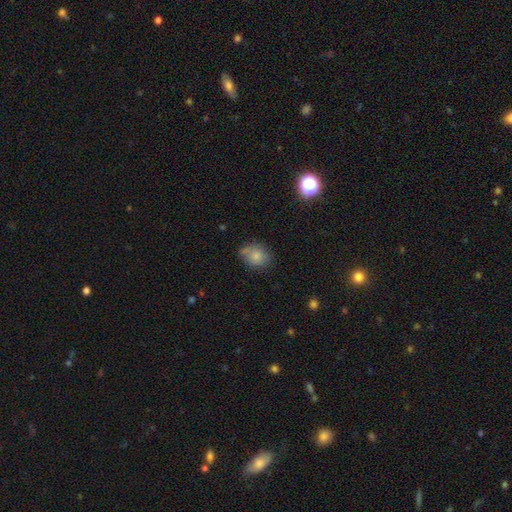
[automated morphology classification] The model was most divided on "how rounded": round: 55%, in between: 44%, cigar-shaped: 1%. More confident: smooth or featured — smooth (79%); merging — none (61%).